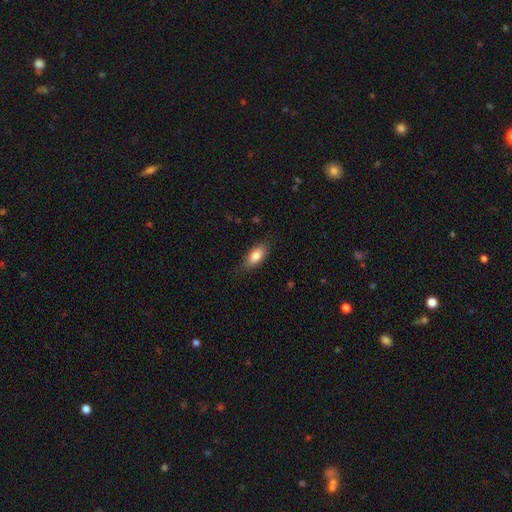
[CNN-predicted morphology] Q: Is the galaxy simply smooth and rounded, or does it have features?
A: smooth — 80%.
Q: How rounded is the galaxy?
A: in between — 84%.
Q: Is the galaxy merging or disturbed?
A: none — 80%.